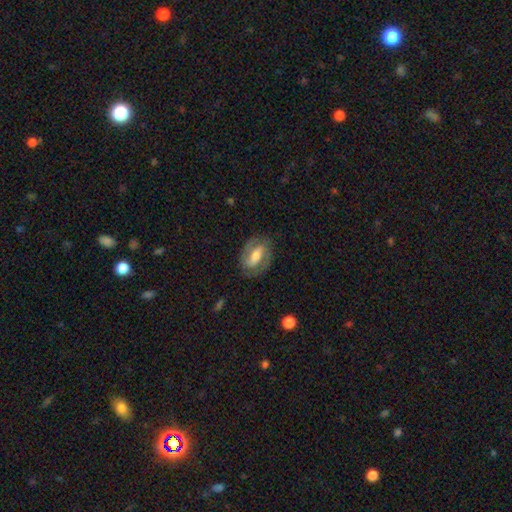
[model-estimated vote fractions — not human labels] smooth-or-featured: featured or disk: 66% | smooth: 28% | star or artifact: 6%
  disk-edge-on: no: 92% | yes: 8%
    bar: strong: 49% | weak: 34% | no: 18%
    has-spiral-arms: yes: 79% | no: 21%
    bulge-size: moderate: 55% | small: 29% | large: 11% | none: 3% | dominant: 2%
  merging: none: 78% | minor disturbance: 15% | major disturbance: 6% | merger: 1%